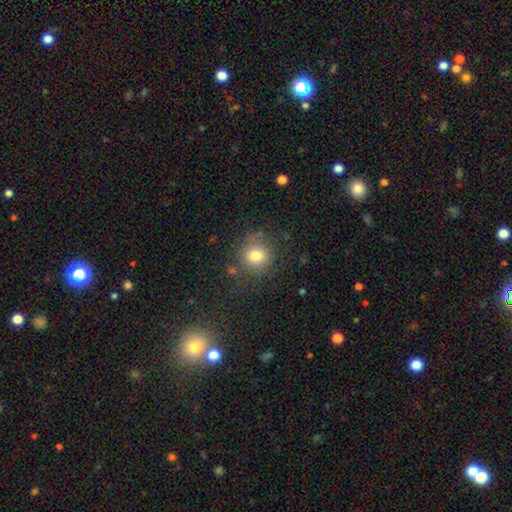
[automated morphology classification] A smooth galaxy with no disk features (78%) that is round (84%). Merging: none (77%).